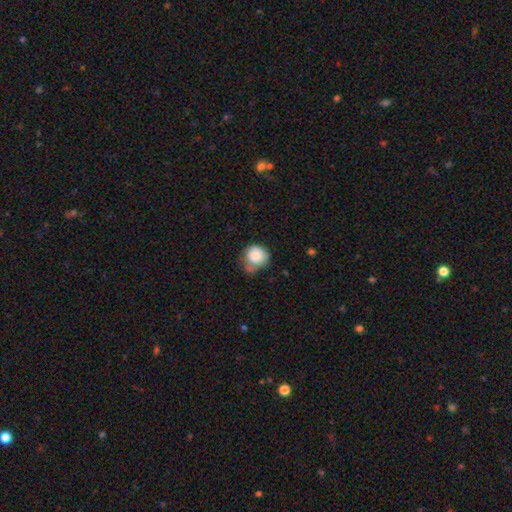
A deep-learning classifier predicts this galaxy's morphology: A smooth galaxy with no disk features (83%) that is round (84%).

Vote fractions:
- Smooth or featured? smooth: 83% / featured or disk: 9% / star or artifact: 8%
- How rounded? round: 84% / in between: 15% / cigar-shaped: 1%
- Merging? none: 42% / minor disturbance: 35% / major disturbance: 12% / merger: 12%